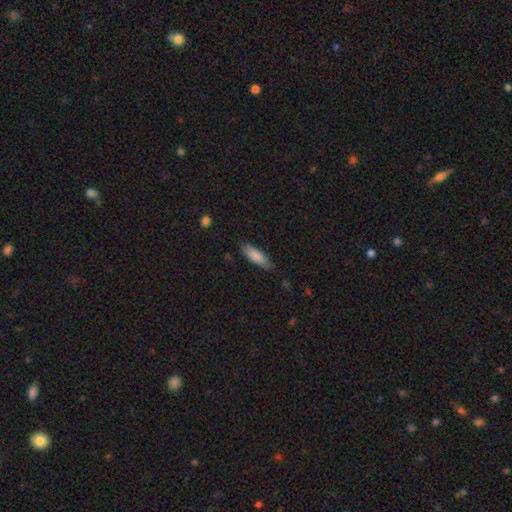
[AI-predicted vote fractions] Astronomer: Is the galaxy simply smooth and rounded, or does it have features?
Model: smooth — 84%.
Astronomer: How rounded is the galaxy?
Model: cigar-shaped — 56% (runner-up: in between, 42%).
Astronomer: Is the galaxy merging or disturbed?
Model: none — 82%.